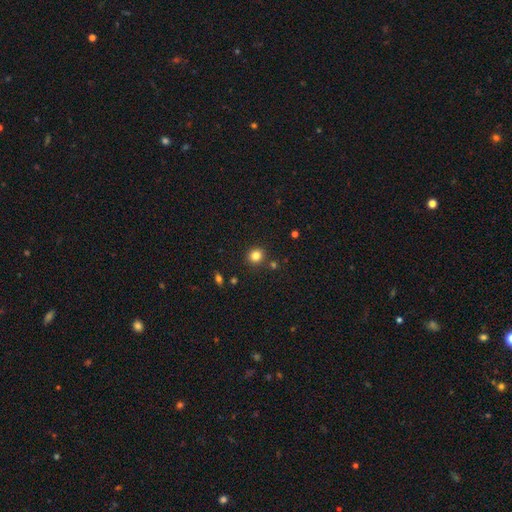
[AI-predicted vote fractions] smooth_or_featured: smooth (p=0.82) [alt: star or artifact p=0.13]
how_rounded: round (p=0.88) [alt: in between p=0.11]
merging: none (p=0.87) [alt: minor disturbance p=0.07]